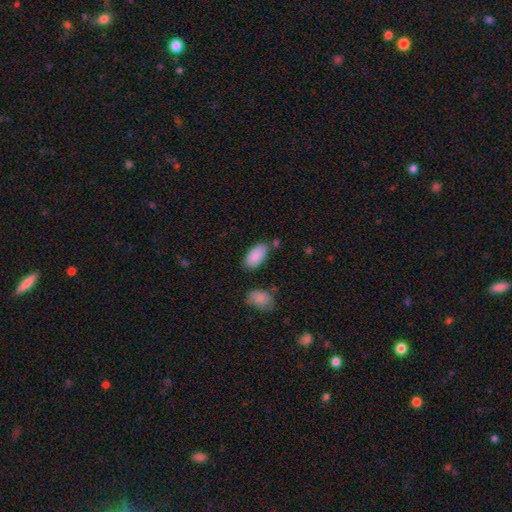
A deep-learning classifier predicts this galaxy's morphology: type=smooth (89%); roundness=in between (93%); merging=none (75%).